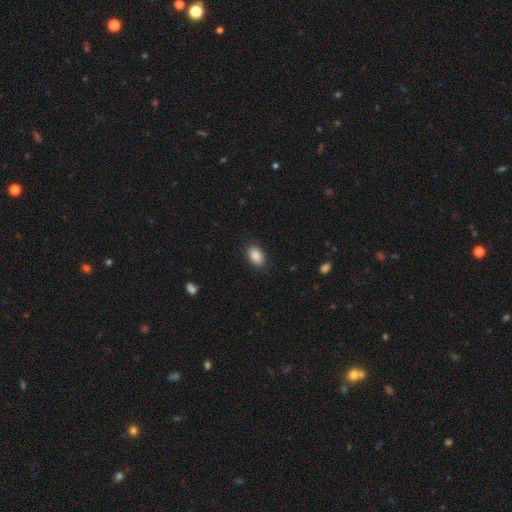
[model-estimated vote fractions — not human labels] This is clearly a smooth galaxy (89%). How rounded: clearly in between (88%). Merging: clearly none (87%).